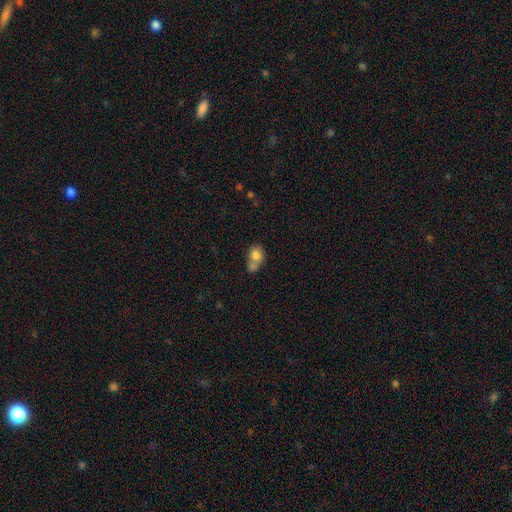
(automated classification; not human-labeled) The model was most divided on "how rounded": in between: 51%, round: 48%, cigar-shaped: 1%. More confident: smooth or featured — smooth (77%); merging — merger (54%).